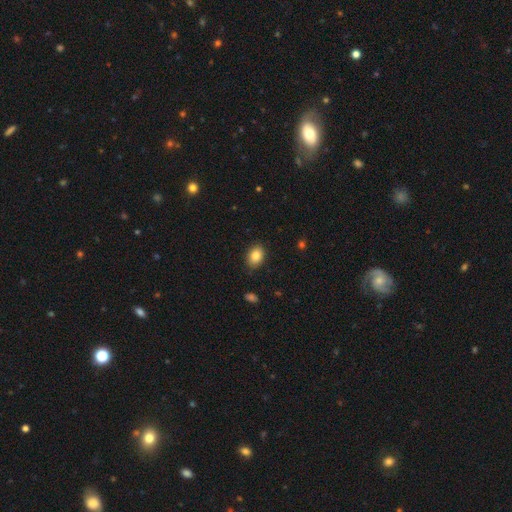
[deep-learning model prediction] Smooth or featured? smooth (85%)
How rounded? in between (78%)
Merging? none (86%)